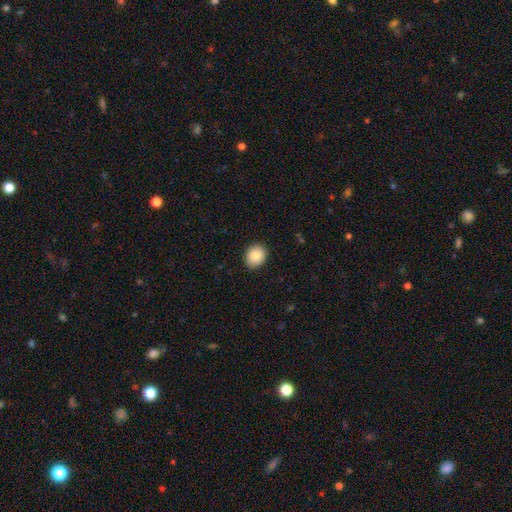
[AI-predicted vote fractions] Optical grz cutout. It shows a smooth galaxy with no disk features (88%) that is round (61%). Merging: none (90%).